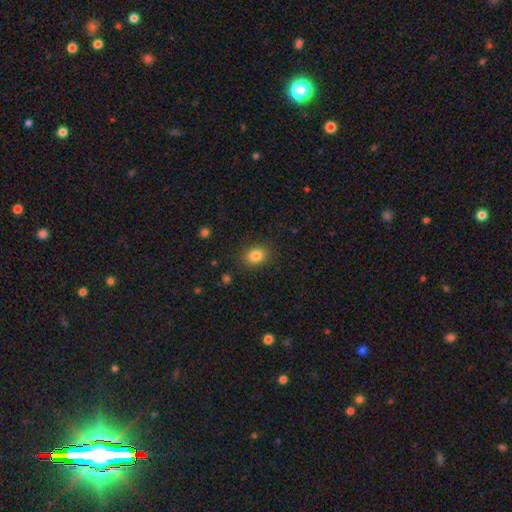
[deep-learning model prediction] Smooth or featured?
  - smooth: 84% *
  - star or artifact: 10%
  - featured or disk: 6%
How rounded?
  - round: 52% *
  - in between: 47%
  - cigar-shaped: 1%
Merging?
  - none: 86% *
  - minor disturbance: 9%
  - major disturbance: 3%
  - merger: 1%